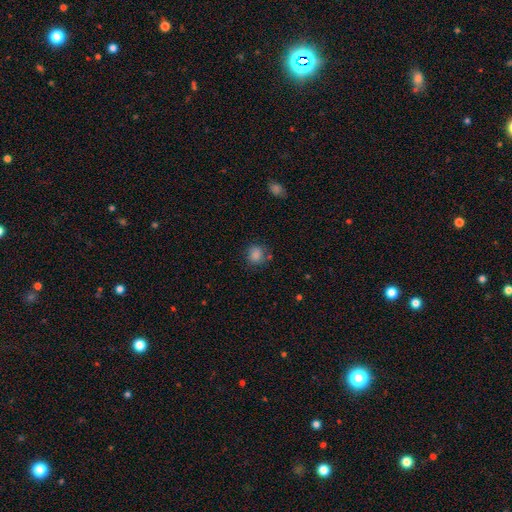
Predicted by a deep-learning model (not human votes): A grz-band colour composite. It shows a smooth galaxy with no disk features (84%) that is round (83%). Merging: none (72%).